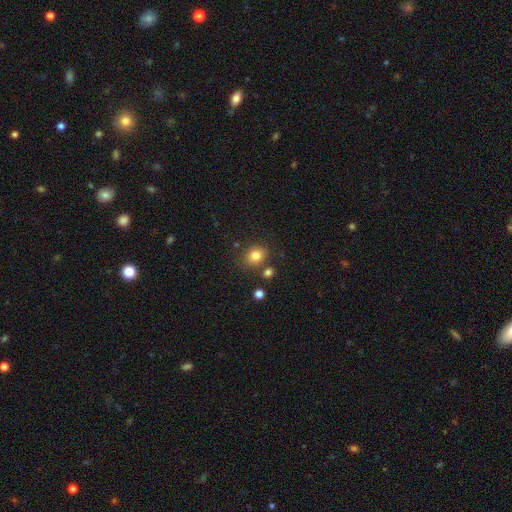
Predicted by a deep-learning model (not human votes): This appears to be a smooth galaxy with no disk features (80%) that is round (63%). Merging: none (75%).